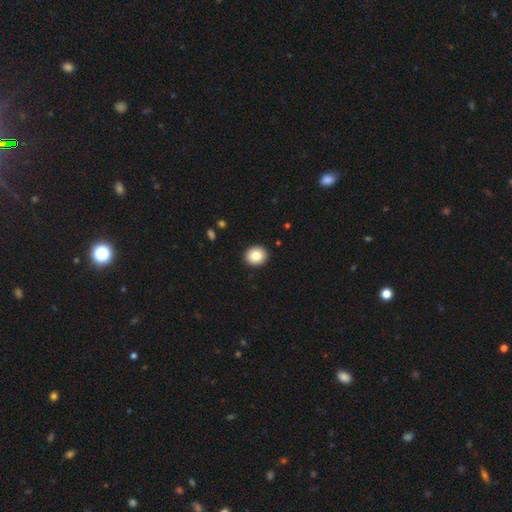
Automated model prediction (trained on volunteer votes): Smooth or featured: smooth — 84% (star or artifact — 9%)
How rounded: round — 79% (in between — 20%)
Merging: none — 93% (minor disturbance — 5%)